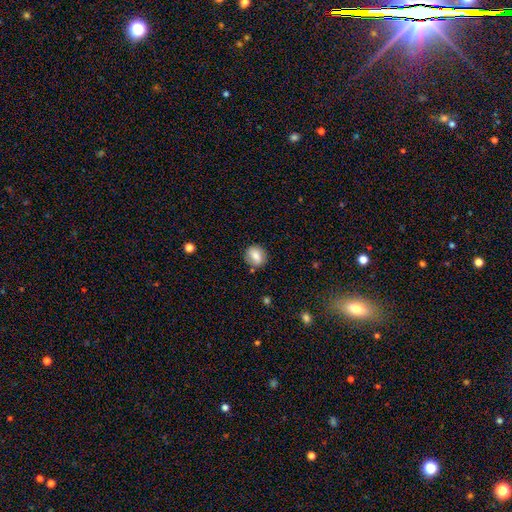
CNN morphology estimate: smooth_or_featured: smooth (p=0.77) [alt: featured or disk p=0.15]
how_rounded: round (p=0.69) [alt: in between p=0.29]
merging: none (p=0.81) [alt: minor disturbance p=0.13]